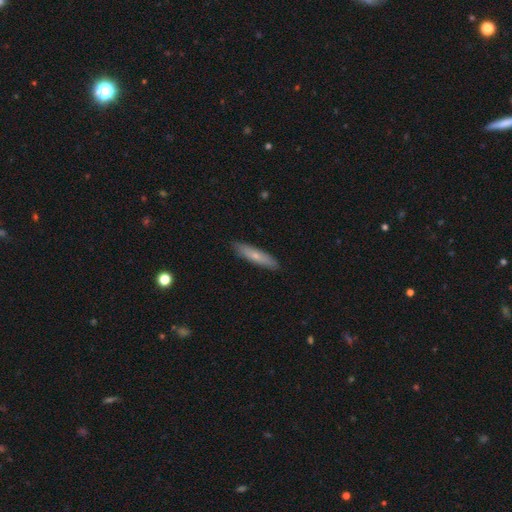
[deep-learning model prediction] The model was most divided on "smooth or featured": smooth: 63%, featured or disk: 31%, star or artifact: 6%. More confident: merging — none (88%); how rounded — cigar-shaped (83%).